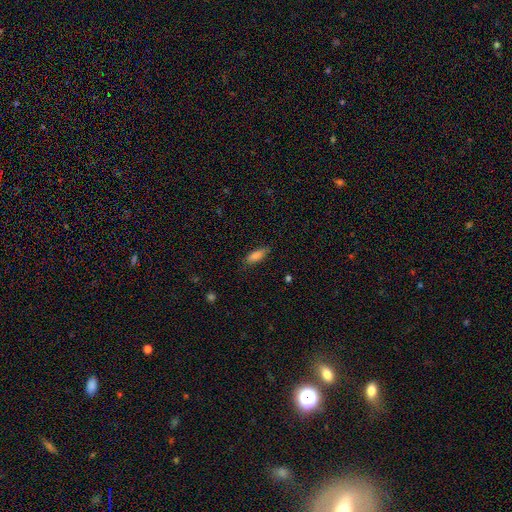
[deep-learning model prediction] The model was most divided on "how rounded": in between: 62%, cigar-shaped: 36%, round: 3%. More confident: merging — none (81%); smooth or featured — smooth (77%).